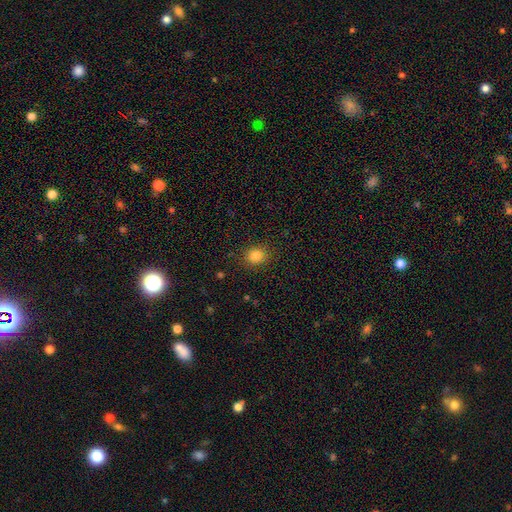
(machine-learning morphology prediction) smooth 84%, star or artifact 12%, featured or disk 5%. Down the decision tree: how rounded — round (76%); merging — none (89%).